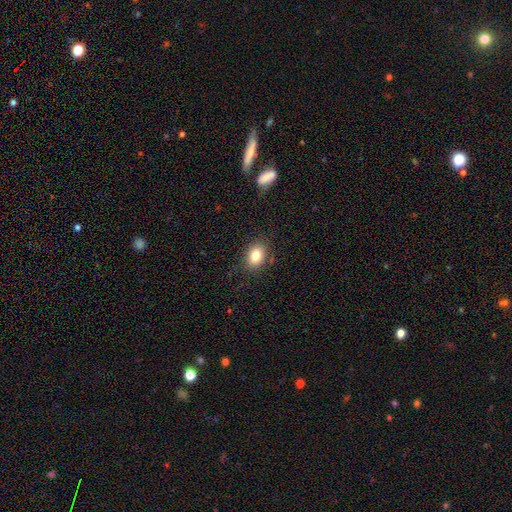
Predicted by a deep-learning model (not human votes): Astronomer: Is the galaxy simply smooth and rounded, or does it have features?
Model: smooth — 82%.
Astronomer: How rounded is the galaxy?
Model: in between — 70%.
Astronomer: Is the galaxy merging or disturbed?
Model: none — 83%.